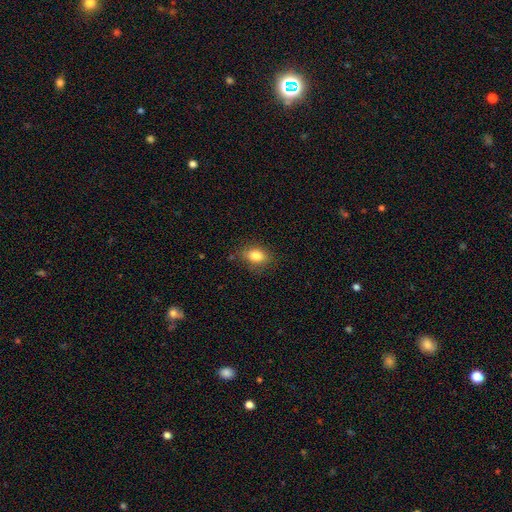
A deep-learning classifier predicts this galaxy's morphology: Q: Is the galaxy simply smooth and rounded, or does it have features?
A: smooth — 82%.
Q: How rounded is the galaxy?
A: in between — 79%.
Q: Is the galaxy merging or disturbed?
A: none — 78%.